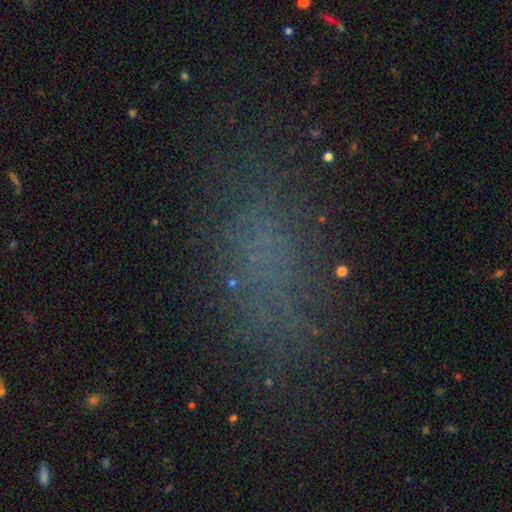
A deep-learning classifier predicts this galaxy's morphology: Smooth or featured? Predicted: smooth (p=0.39). Merging? Predicted: none (p=0.63).